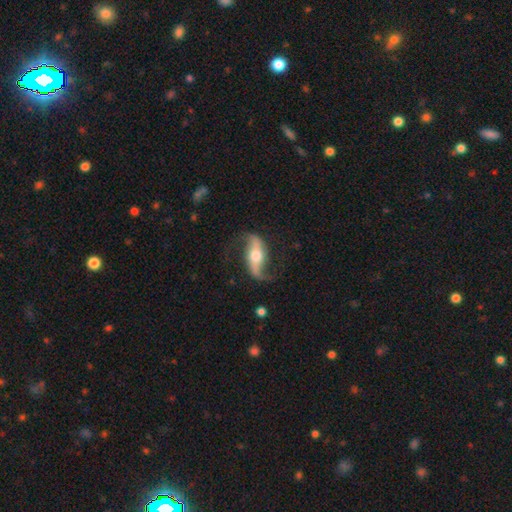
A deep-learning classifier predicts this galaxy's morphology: This appears to be a featured or disk galaxy (86%) with a strong bar (46%), 2 (92%) loose (79%) spiral arms (95%) and a moderate central bulge (64%). Merging: none (75%).